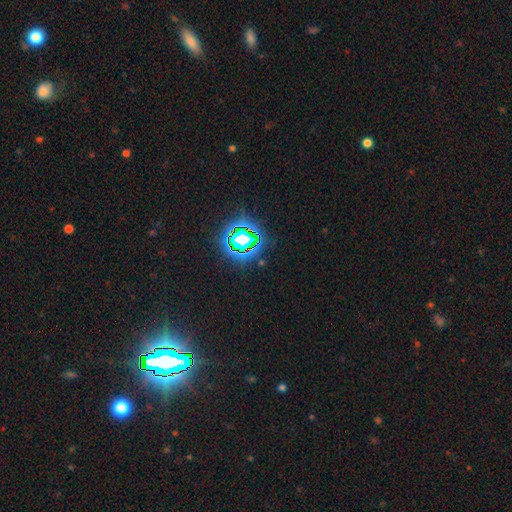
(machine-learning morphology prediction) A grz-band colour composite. It shows a star or artifact, not a galaxy (83%).